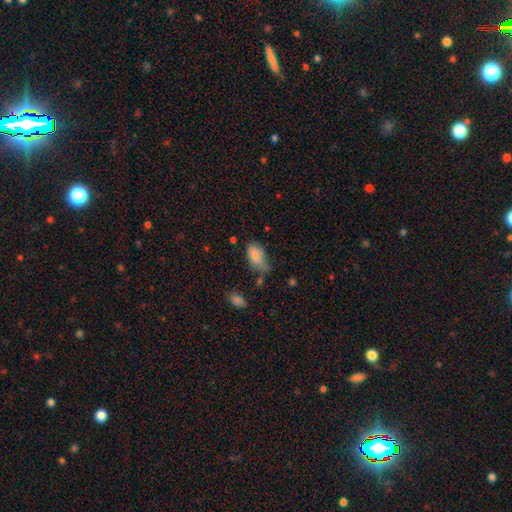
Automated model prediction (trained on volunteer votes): This is likely a smooth galaxy (78%). How rounded: clearly in between (92%). Merging: marginally minor disturbance (41%).